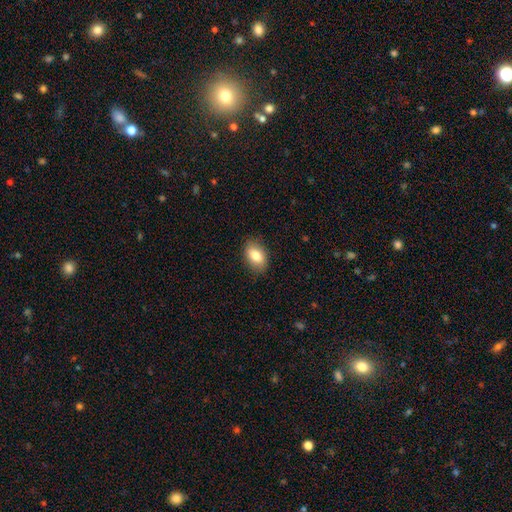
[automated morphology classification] smooth-or-featured: smooth: 82% | featured or disk: 11% | star or artifact: 7%
  how-rounded: in between: 89% | round: 9% | cigar-shaped: 2%
  merging: none: 86% | minor disturbance: 11% | major disturbance: 2% | merger: 1%